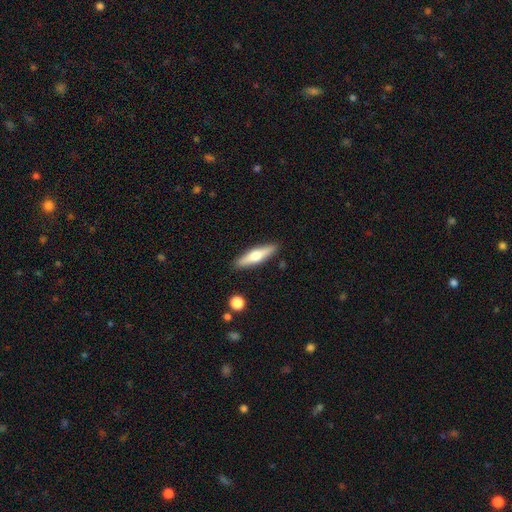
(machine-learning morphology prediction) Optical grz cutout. It shows a smooth galaxy with no disk features (53%) that is cigar-shaped (74%). Merging: none (89%).